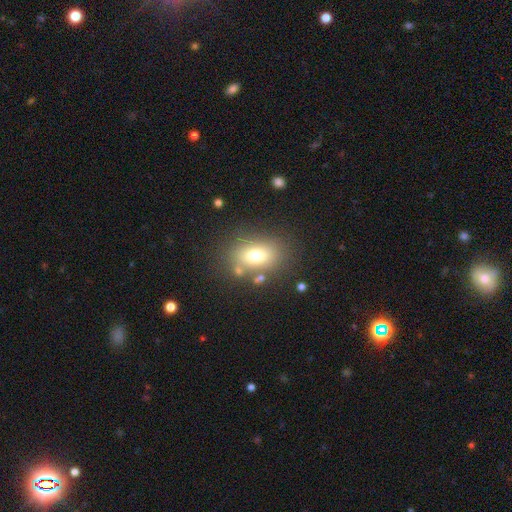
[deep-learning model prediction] A smooth galaxy with no disk features (72%) that is in between round and cigar-shaped (71%).

Vote fractions:
- Smooth or featured? smooth: 72% / featured or disk: 15% / star or artifact: 13%
- How rounded? in between: 71% / round: 27% / cigar-shaped: 2%
- Merging? none: 75% / minor disturbance: 12% / merger: 7% / major disturbance: 6%